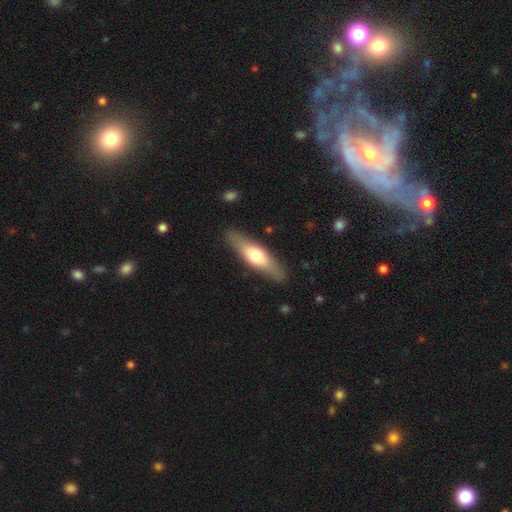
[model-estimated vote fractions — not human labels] Smooth or featured?
  - smooth: 52% *
  - featured or disk: 43%
  - star or artifact: 5%
How rounded?
  - cigar-shaped: 65% *
  - in between: 33%
  - round: 2%
Merging?
  - none: 86% *
  - minor disturbance: 10%
  - major disturbance: 3%
  - merger: 1%